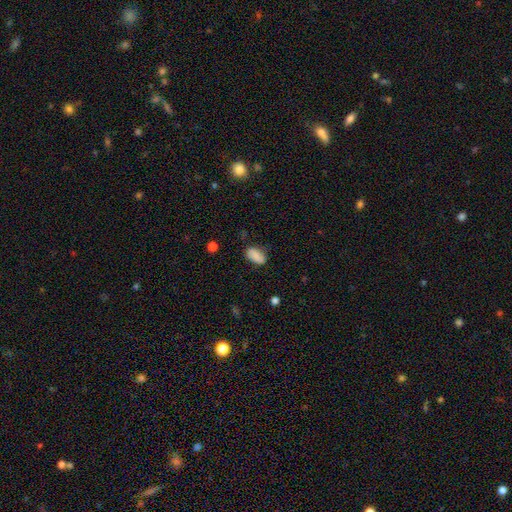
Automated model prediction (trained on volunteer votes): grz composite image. It shows a smooth galaxy with no disk features (88%) that is in between round and cigar-shaped (93%). Merging: none (77%).